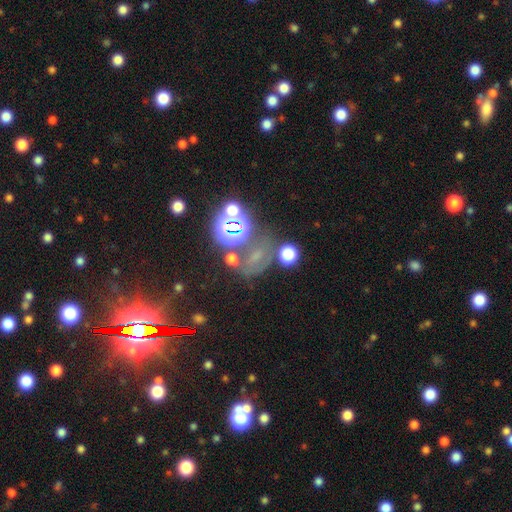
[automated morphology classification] Smooth or featured? Predicted: star or artifact (p=0.60).